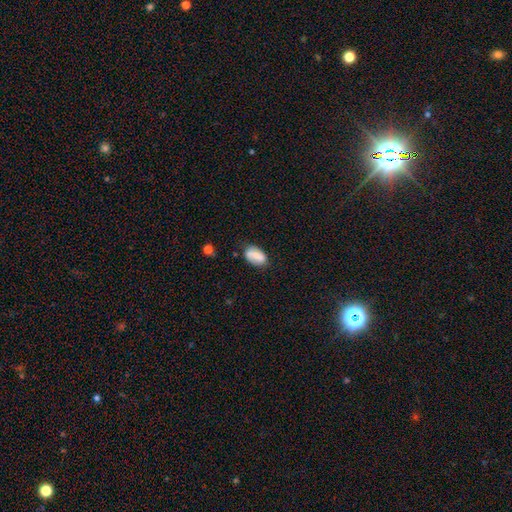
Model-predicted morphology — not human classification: Smooth or featured?
  - smooth: 75% *
  - featured or disk: 17%
  - star or artifact: 8%
How rounded?
  - in between: 92% *
  - round: 6%
  - cigar-shaped: 2%
Merging?
  - none: 67% *
  - minor disturbance: 22%
  - major disturbance: 6%
  - merger: 5%